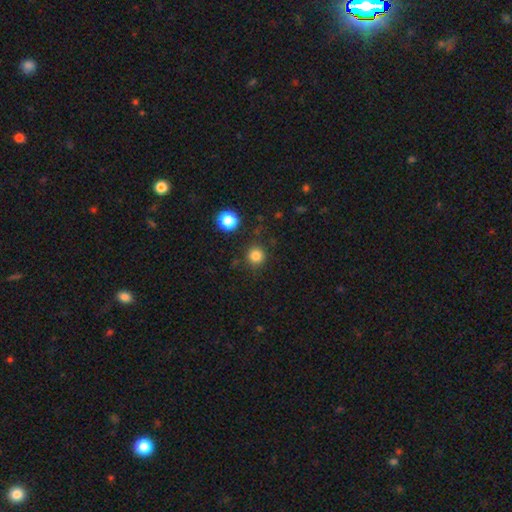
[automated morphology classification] smooth_or_featured: smooth (p=0.83) [alt: star or artifact p=0.13]
how_rounded: round (p=0.94) [alt: in between p=0.05]
merging: none (p=0.86) [alt: minor disturbance p=0.08]